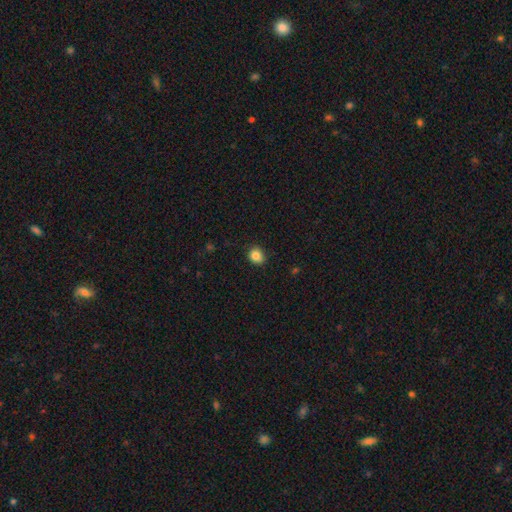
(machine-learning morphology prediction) type=smooth (85%); roundness=round (71%); merging=none (85%).